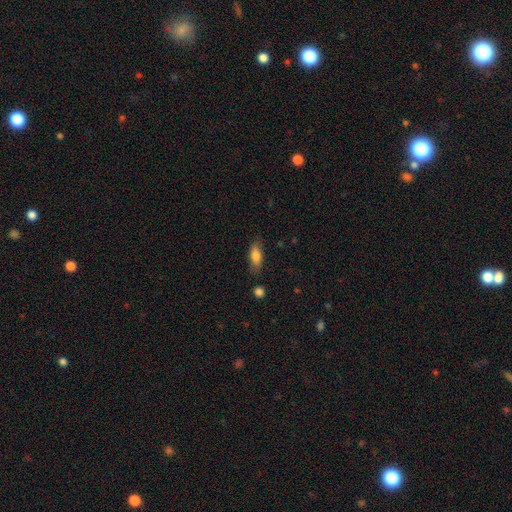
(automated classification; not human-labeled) A smooth galaxy with no disk features (78%) that is in between round and cigar-shaped (69%). Merging: none (78%).